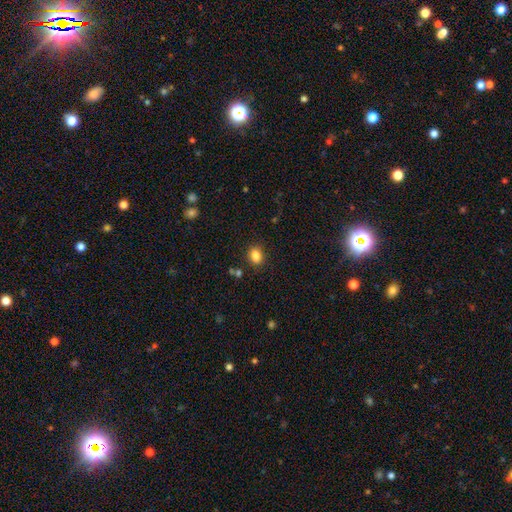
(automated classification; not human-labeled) This is clearly a smooth galaxy (85%). How rounded: possibly in between (58%). Merging: clearly none (85%).